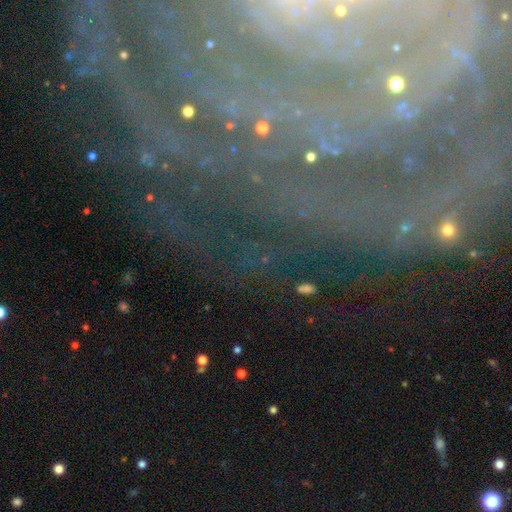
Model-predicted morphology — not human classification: This appears to be a featured or disk galaxy (70%) with no bar (37%), tight (77%) spiral arms (89%) and a small central bulge (56%). Merging: none (77%).